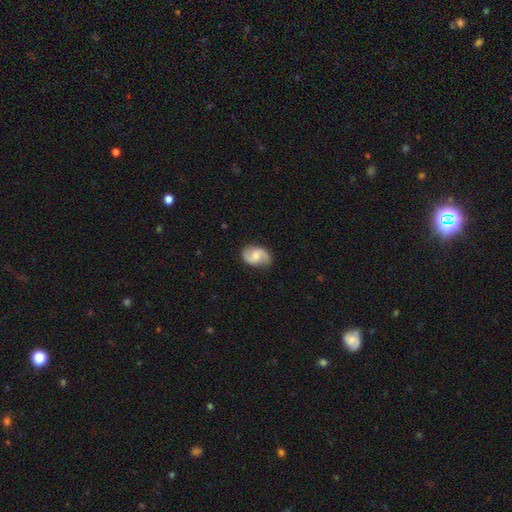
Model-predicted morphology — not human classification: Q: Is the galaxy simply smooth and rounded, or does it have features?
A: featured or disk — 79%.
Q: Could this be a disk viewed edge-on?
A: no — 98%.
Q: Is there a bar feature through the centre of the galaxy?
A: weak — 47%.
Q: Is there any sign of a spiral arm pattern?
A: yes — 96%.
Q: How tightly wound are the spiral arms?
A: medium — 47%.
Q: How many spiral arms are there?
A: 2 — 93%.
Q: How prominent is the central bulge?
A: moderate — 46%.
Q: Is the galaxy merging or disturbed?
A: none — 83%.